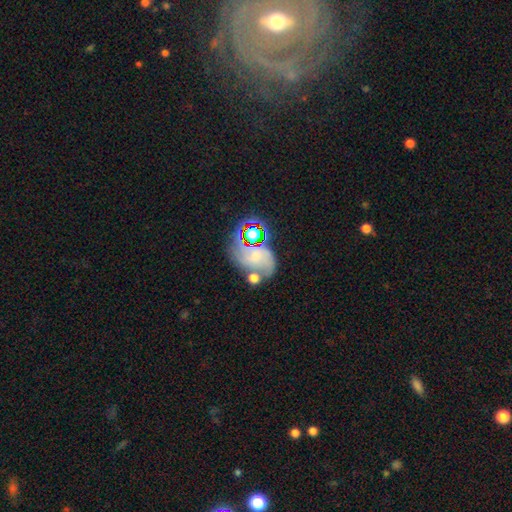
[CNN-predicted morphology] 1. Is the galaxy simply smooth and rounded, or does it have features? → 60% featured or disk, 24% smooth, 17% star or artifact.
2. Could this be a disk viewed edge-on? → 97% no, 3% yes.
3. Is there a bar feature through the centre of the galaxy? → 67% no, 26% weak, 6% strong.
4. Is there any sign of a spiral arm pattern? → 88% yes, 12% no.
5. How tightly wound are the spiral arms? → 43% medium, 39% tight, 18% loose.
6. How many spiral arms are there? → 45% 2, 25% can't tell, 15% 3, 6% 1, 5% 4, 4% more than 4.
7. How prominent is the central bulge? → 60% small, 24% moderate, 10% none, 4% large, 2% dominant.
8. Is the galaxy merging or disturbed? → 47% none, 20% minor disturbance, 18% merger, 15% major disturbance.